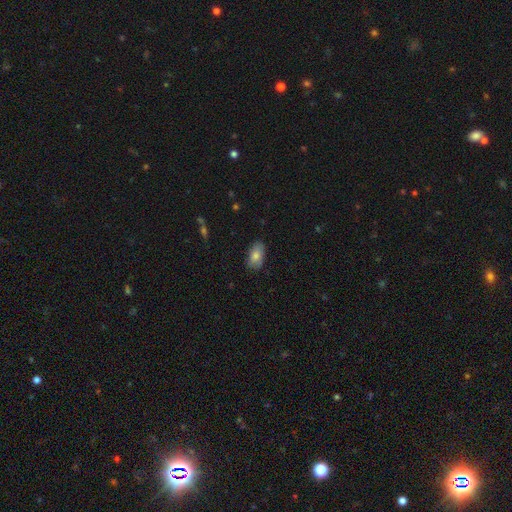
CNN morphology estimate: Smooth or featured?
  - smooth: 79% *
  - featured or disk: 14%
  - star or artifact: 7%
How rounded?
  - in between: 92% *
  - round: 5%
  - cigar-shaped: 3%
Merging?
  - none: 82% *
  - minor disturbance: 14%
  - major disturbance: 3%
  - merger: 1%